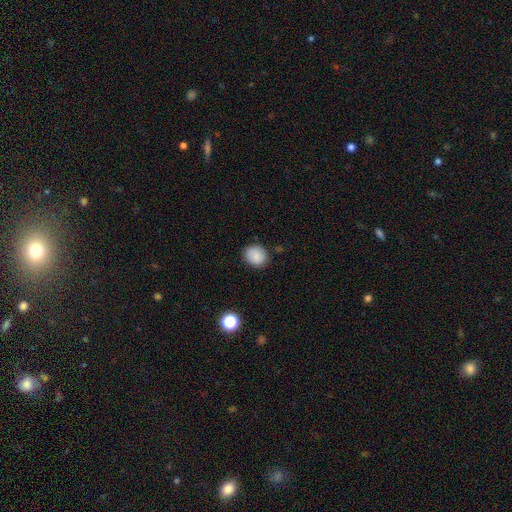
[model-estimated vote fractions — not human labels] This is clearly a smooth galaxy (86%). How rounded: likely round (76%). Merging: clearly none (85%).